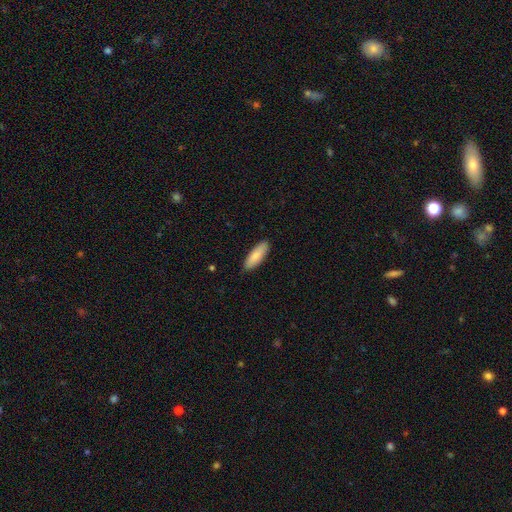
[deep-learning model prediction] This is clearly a smooth galaxy (84%). How rounded: possibly in between (59%). Merging: clearly none (88%).